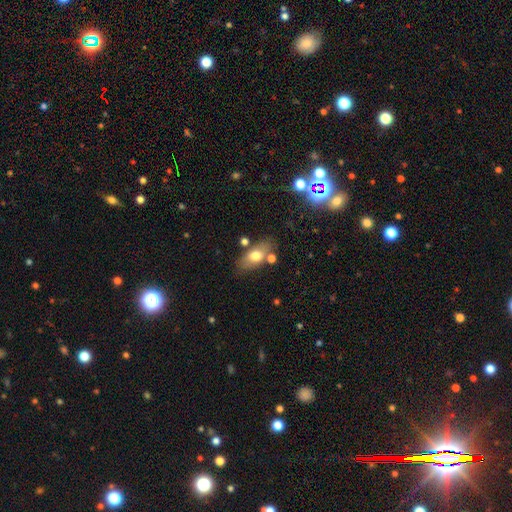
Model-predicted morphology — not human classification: Overall: smooth (70%). How rounded: in between (84%). Merging: none (72%).